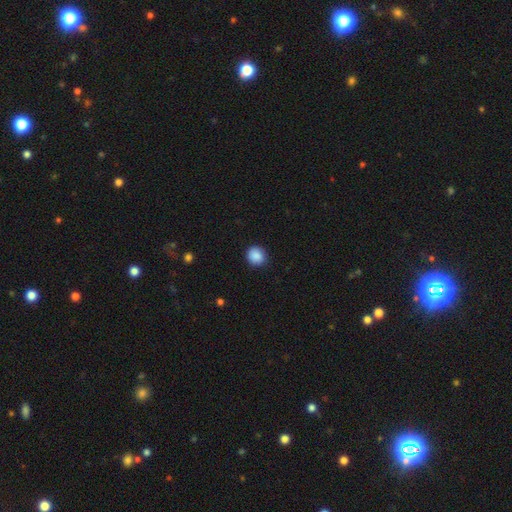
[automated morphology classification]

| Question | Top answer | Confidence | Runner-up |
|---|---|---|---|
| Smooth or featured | smooth | 89% | star or artifact (8%) |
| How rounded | round | 88% | in between (11%) |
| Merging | none | 88% | minor disturbance (9%) |